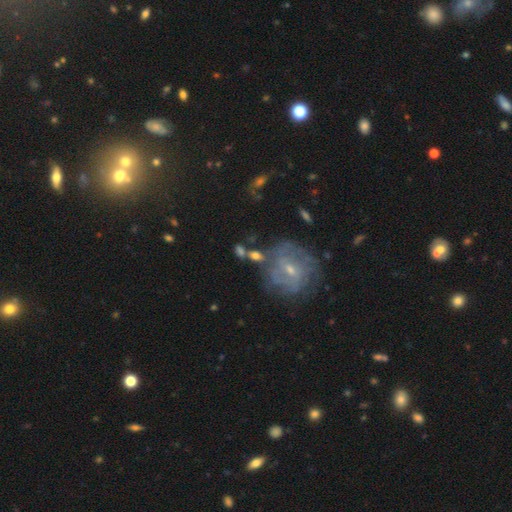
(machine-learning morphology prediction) Q: Smooth or featured?
A: featured or disk (50%); runner-up: smooth (36%)
Q: Edge-on disk?
A: no (89%); runner-up: yes (11%)
Q: Merging?
A: none (55%); runner-up: minor disturbance (17%)